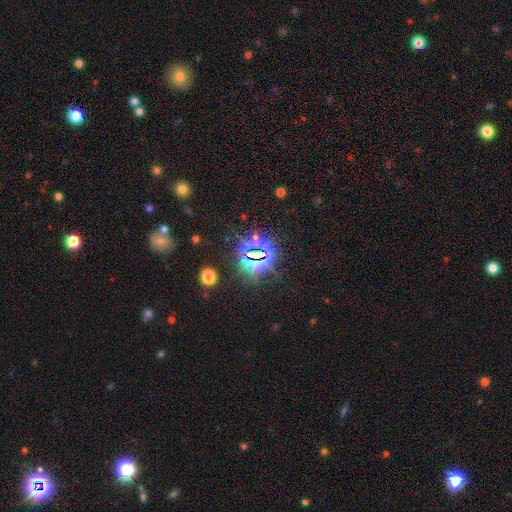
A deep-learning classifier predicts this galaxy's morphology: Smooth or featured: star or artifact — 80% (smooth — 12%)